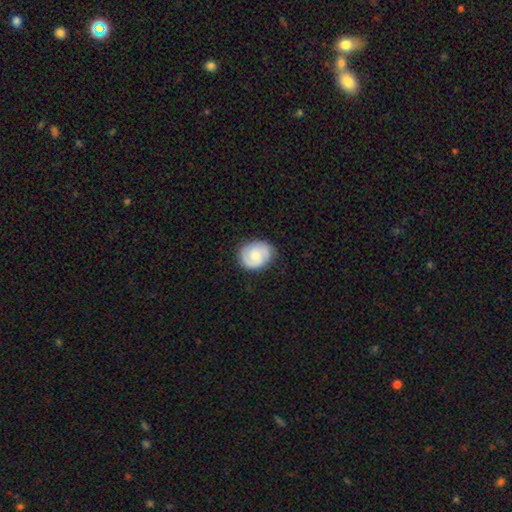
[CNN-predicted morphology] smooth-or-featured: smooth: 47% (tied) | featured or disk: 47% (tied) | star or artifact: 7%
  merging: none: 80% | minor disturbance: 15% | major disturbance: 4% | merger: 1%